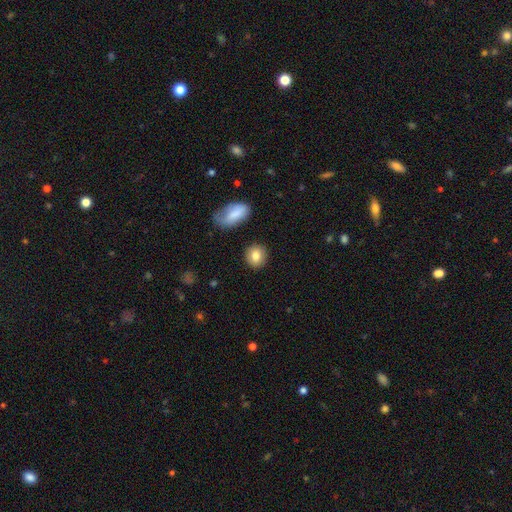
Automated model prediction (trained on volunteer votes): Smooth or featured?
  - smooth: 83% *
  - featured or disk: 9%
  - star or artifact: 8%
How rounded?
  - round: 79% *
  - in between: 20%
  - cigar-shaped: 1%
Merging?
  - none: 88% *
  - minor disturbance: 8%
  - major disturbance: 2%
  - merger: 2%